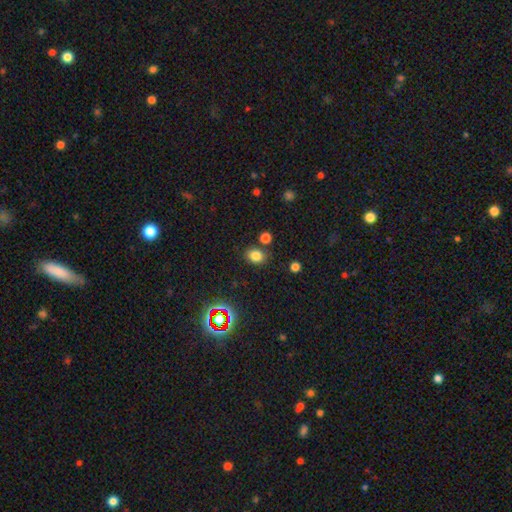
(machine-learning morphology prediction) Q: Smooth or featured?
A: smooth (78%); runner-up: star or artifact (15%)
Q: How rounded?
A: round (50%); runner-up: in between (49%)
Q: Merging?
A: none (78%); runner-up: minor disturbance (11%)